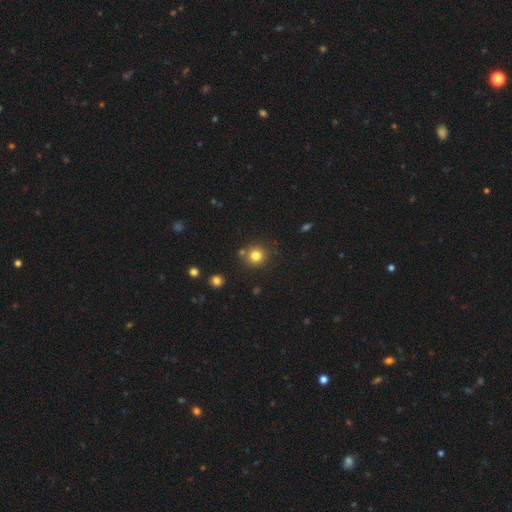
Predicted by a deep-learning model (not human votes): Smooth or featured? smooth (80%)
How rounded? round (92%)
Merging? none (81%)